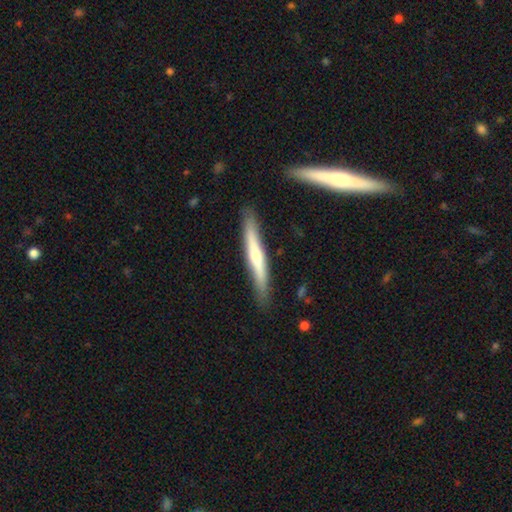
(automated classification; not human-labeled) Smooth or featured: smooth — 48% (featured or disk — 47%)
Merging: none — 85% (minor disturbance — 11%)